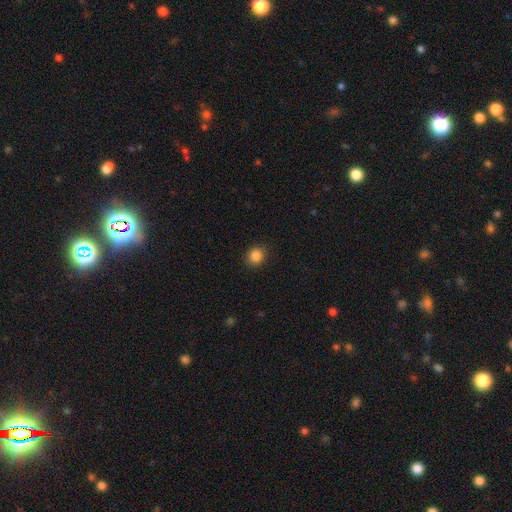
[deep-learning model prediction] smooth 86%, star or artifact 10%, featured or disk 4%. Down the decision tree: how rounded — round (80%); merging — none (89%).